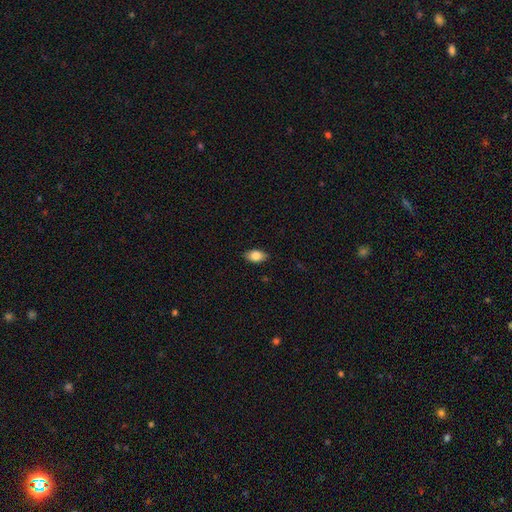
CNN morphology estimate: Smooth or featured: smooth — 81% (featured or disk — 11%)
How rounded: in between — 89% (round — 7%)
Merging: none — 87% (minor disturbance — 10%)